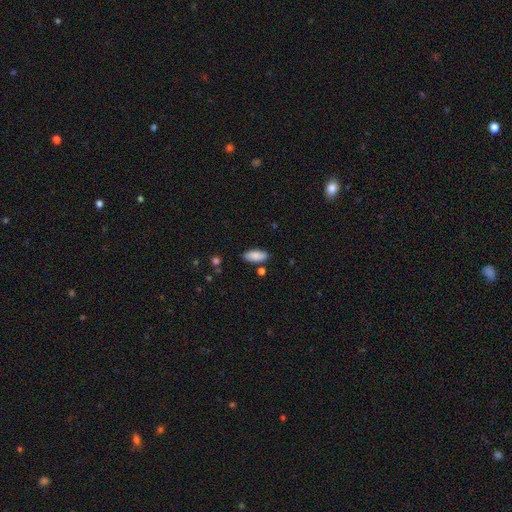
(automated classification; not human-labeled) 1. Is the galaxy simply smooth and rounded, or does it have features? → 87% smooth, 7% star or artifact, 6% featured or disk.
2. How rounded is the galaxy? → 86% in between, 12% cigar-shaped, 2% round.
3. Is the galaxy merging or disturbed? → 82% none, 11% minor disturbance, 4% merger, 2% major disturbance.